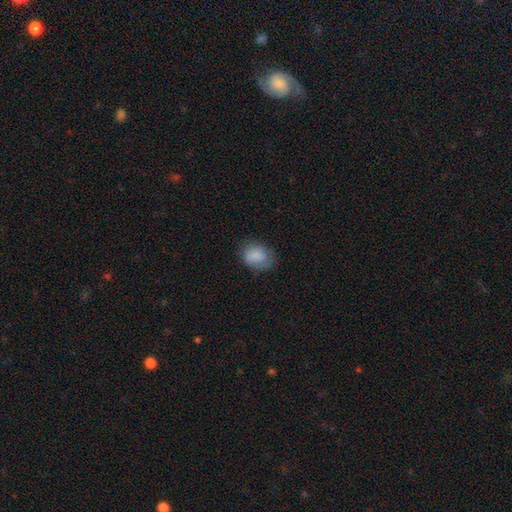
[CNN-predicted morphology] This is clearly a smooth galaxy (84%). How rounded: likely in between (63%). Merging: likely none (71%).